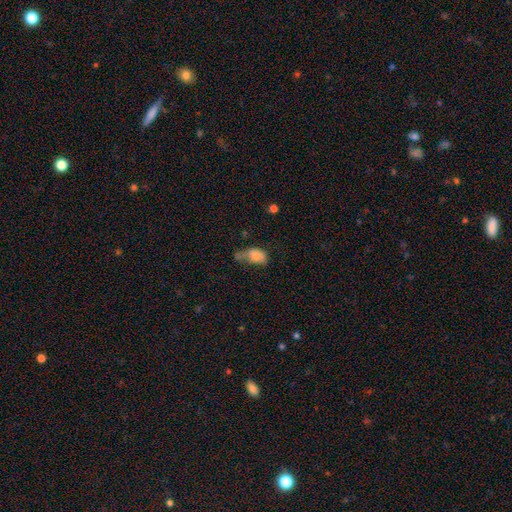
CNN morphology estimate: A smooth galaxy with no disk features (74%) that is in between round and cigar-shaped (87%).

Vote fractions:
- Smooth or featured? smooth: 74% / featured or disk: 15% / star or artifact: 11%
- How rounded? in between: 87% / round: 10% / cigar-shaped: 2%
- Merging? major disturbance: 32% / minor disturbance: 29% / none: 22% / merger: 16%